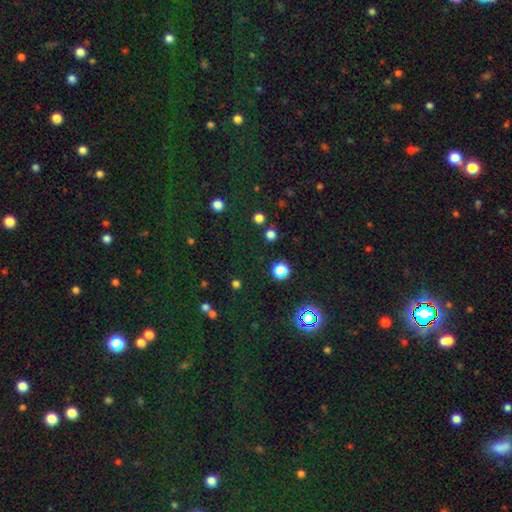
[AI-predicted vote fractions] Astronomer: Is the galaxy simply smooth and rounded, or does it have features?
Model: star or artifact — 70%.